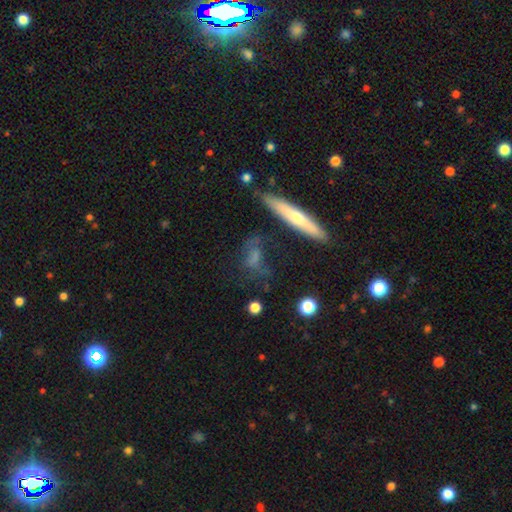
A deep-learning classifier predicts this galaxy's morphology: type=smooth (46%); merging=none (63%).